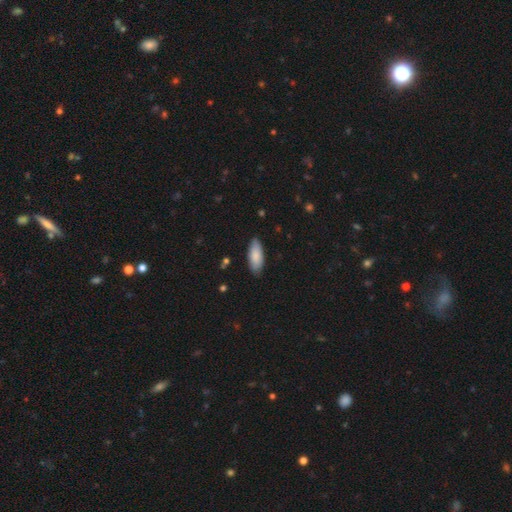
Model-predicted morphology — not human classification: A smooth galaxy with no disk features (85%) that is in between round and cigar-shaped (79%).

Vote fractions:
- Smooth or featured? smooth: 85% / featured or disk: 9% / star or artifact: 5%
- How rounded? in between: 79% / cigar-shaped: 19% / round: 2%
- Merging? none: 84% / minor disturbance: 12% / major disturbance: 2% / merger: 1%